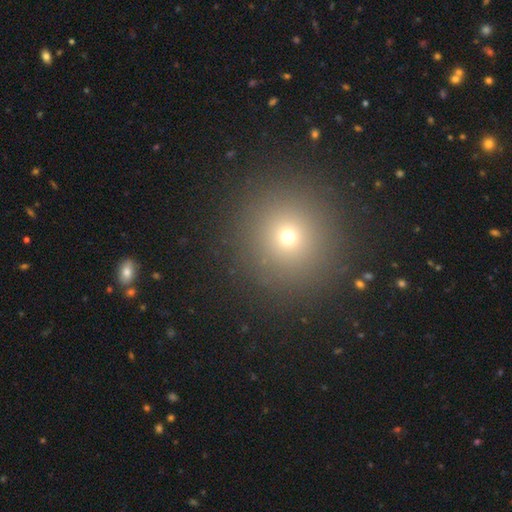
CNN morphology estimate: Overall: smooth (64%; star or artifact 29%). How rounded: round (95%). Merging: none (92%).